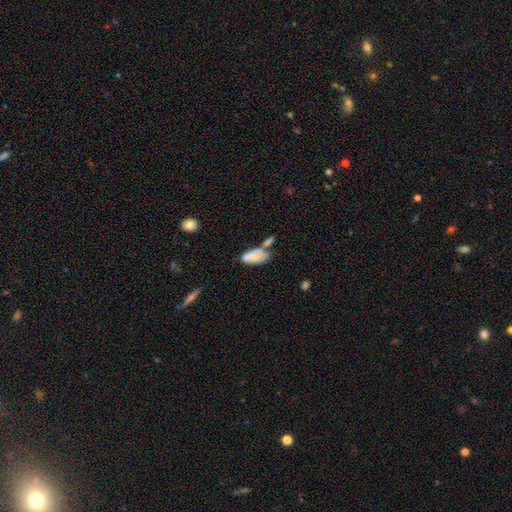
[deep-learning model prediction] Overall: smooth (71%). How rounded: in between (92%). Merging: merger (35%; none 32%).